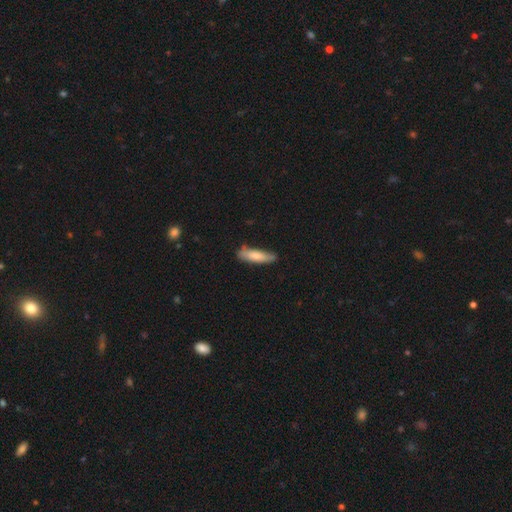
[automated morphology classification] This appears to be a smooth galaxy with no disk features (77%) that is cigar-shaped (68%). Merging: none (72%).